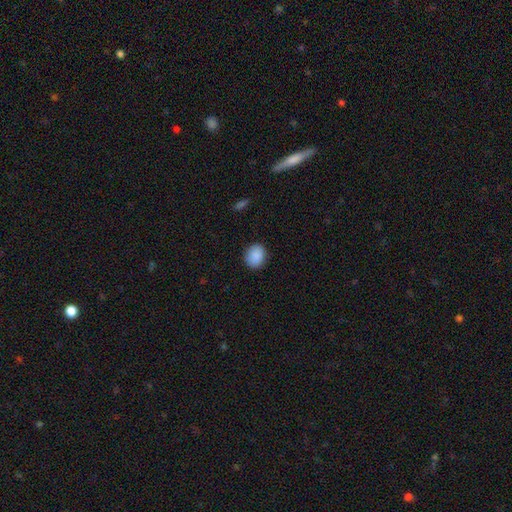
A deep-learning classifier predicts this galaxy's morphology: The model was most divided on "how rounded": round: 62%, in between: 37%, cigar-shaped: 1%. More confident: smooth or featured — smooth (89%); merging — none (88%).